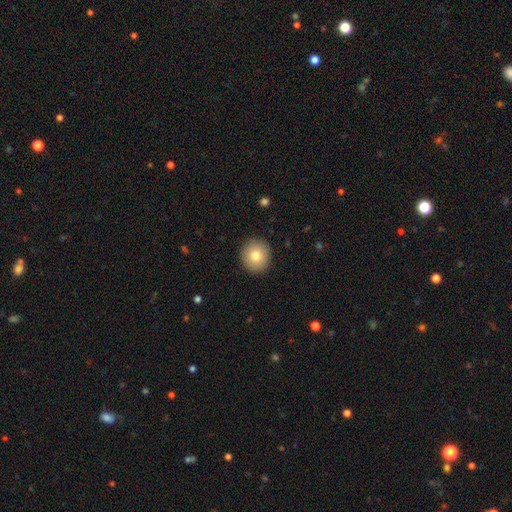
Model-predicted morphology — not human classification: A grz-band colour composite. It shows a smooth galaxy with no disk features (80%) that is round (91%). Merging: none (92%).